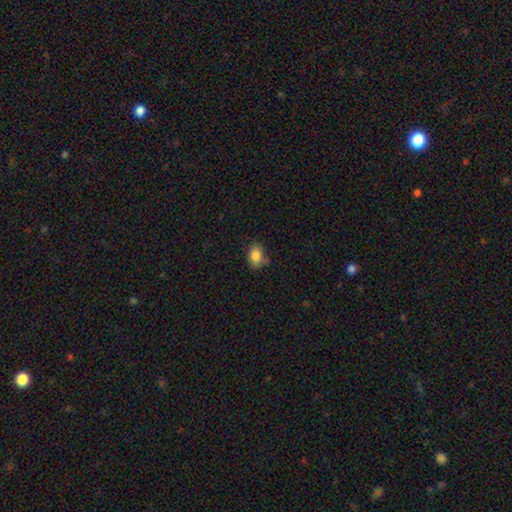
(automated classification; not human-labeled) Q: Smooth or featured?
A: smooth (84%); runner-up: star or artifact (9%)
Q: How rounded?
A: in between (76%); runner-up: round (22%)
Q: Merging?
A: none (66%); runner-up: minor disturbance (23%)